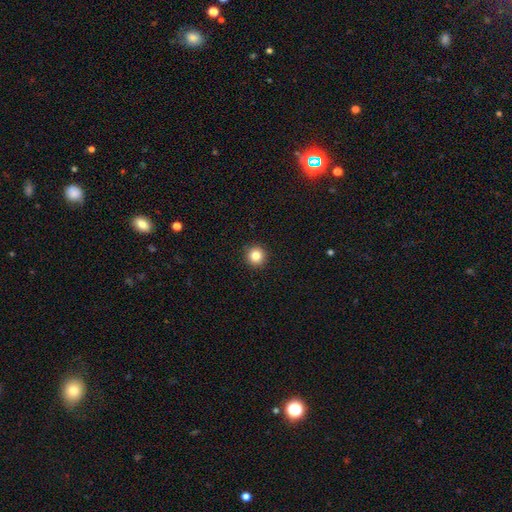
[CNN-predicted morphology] Smooth or featured? smooth (83%)
How rounded? round (95%)
Merging? none (93%)